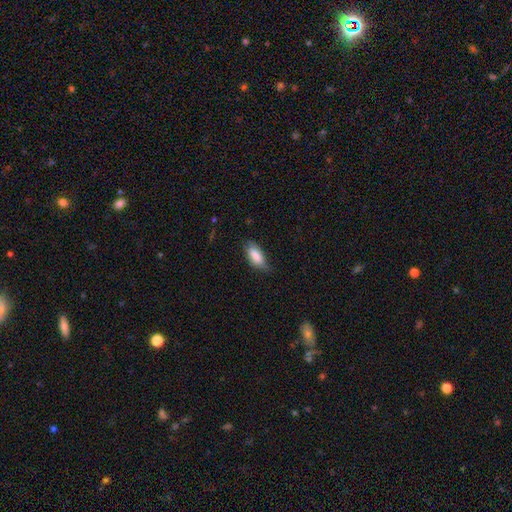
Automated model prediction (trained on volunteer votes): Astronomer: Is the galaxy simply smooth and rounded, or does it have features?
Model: smooth — 83%.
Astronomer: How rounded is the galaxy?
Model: in between — 84%.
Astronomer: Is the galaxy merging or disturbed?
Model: none — 61%.